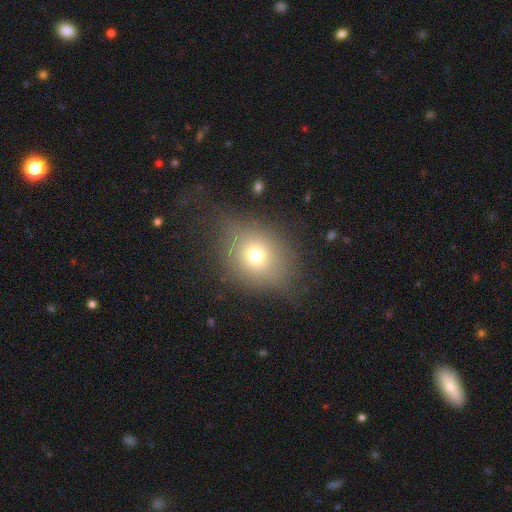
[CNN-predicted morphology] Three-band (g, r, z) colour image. It shows a smooth galaxy with no disk features (70%) that is round (60%). Merging: none (66%).